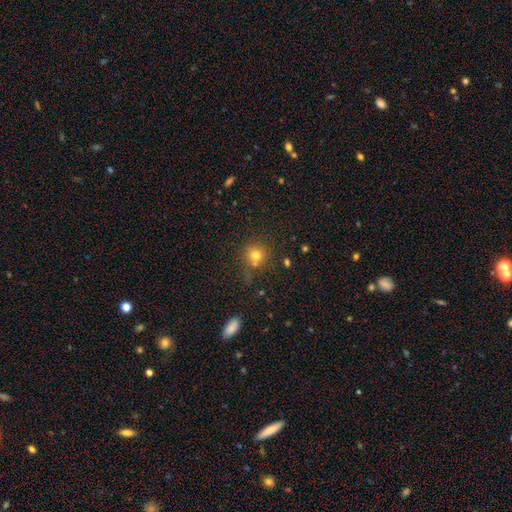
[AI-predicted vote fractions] This appears to be a smooth galaxy with no disk features (75%) that is round (89%). Merging: none (63%).